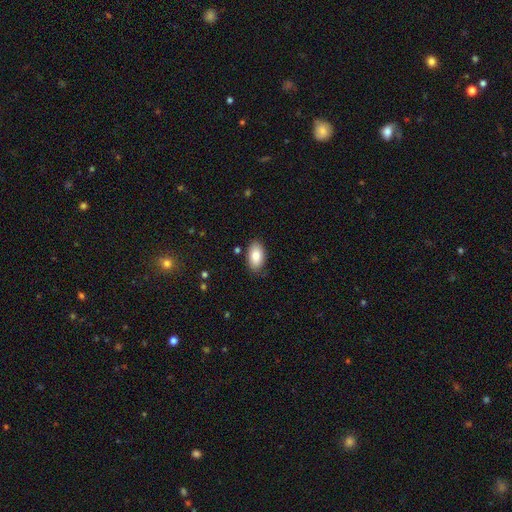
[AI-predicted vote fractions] Q: Smooth or featured?
A: smooth (82%); runner-up: featured or disk (11%)
Q: How rounded?
A: in between (94%); runner-up: round (4%)
Q: Merging?
A: none (82%); runner-up: minor disturbance (13%)